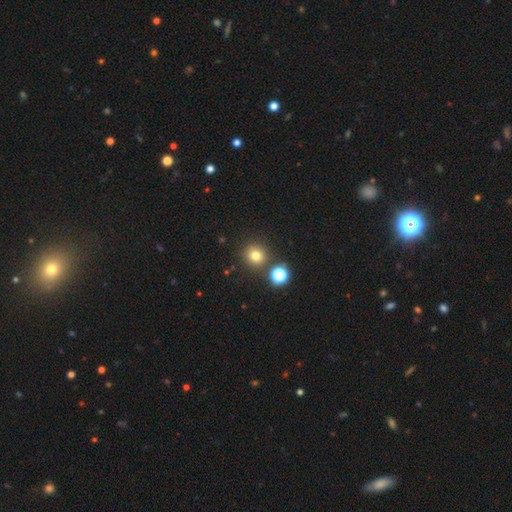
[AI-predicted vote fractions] Smooth or featured?
  - smooth: 74% *
  - star or artifact: 18%
  - featured or disk: 8%
How rounded?
  - round: 92% *
  - in between: 7%
  - cigar-shaped: 1%
Merging?
  - none: 82% *
  - merger: 8%
  - minor disturbance: 7%
  - major disturbance: 3%